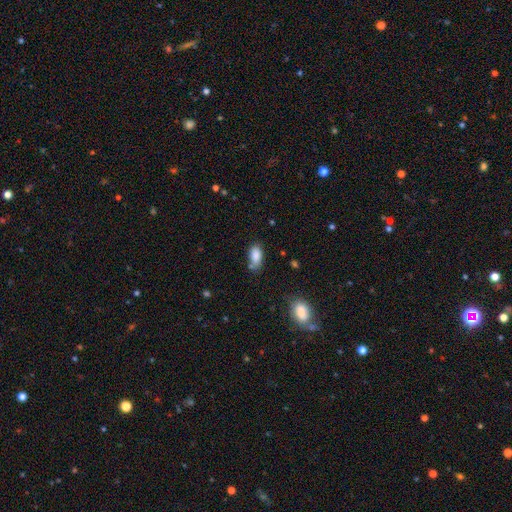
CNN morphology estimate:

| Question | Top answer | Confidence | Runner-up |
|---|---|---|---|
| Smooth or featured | smooth | 86% | star or artifact (8%) |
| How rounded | in between | 91% | round (5%) |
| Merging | none | 63% | minor disturbance (23%) |